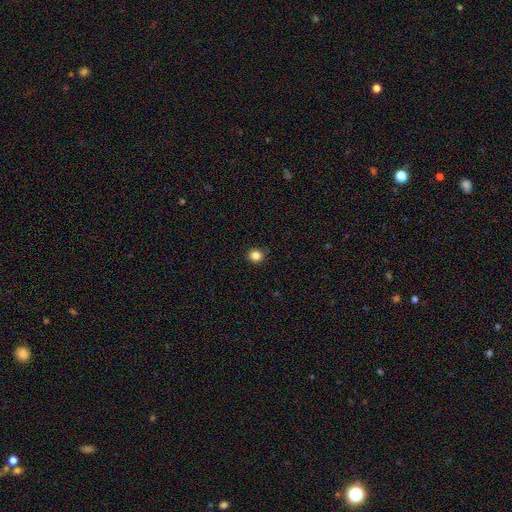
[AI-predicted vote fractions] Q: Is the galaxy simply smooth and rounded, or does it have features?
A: smooth — 84%.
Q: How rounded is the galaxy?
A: round — 85%.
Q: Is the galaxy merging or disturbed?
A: none — 89%.